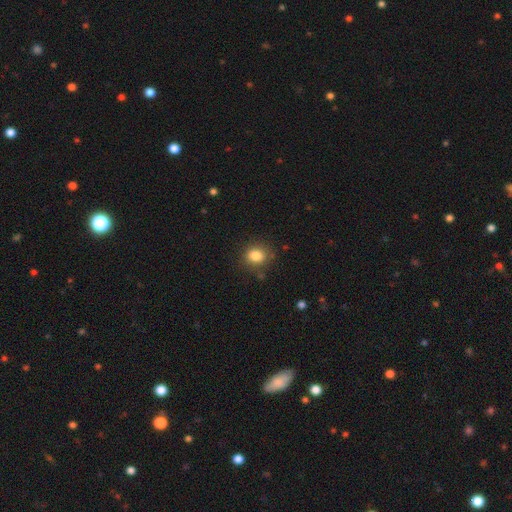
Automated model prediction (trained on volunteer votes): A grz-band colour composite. It shows a smooth galaxy with no disk features (84%) that is round (63%). Merging: none (81%).